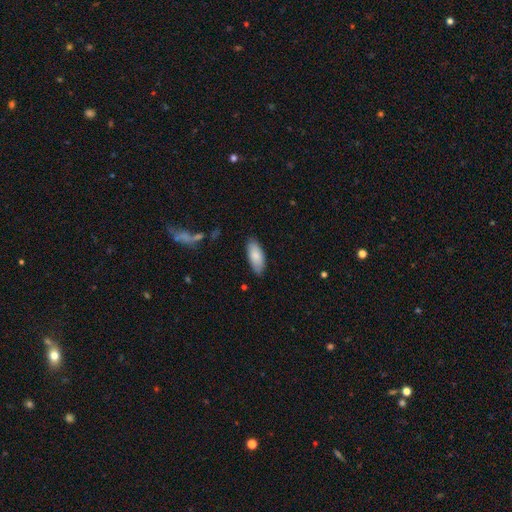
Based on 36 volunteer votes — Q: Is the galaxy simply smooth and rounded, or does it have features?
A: smooth — 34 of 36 (94%).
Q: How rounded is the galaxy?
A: in between — 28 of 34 (82%).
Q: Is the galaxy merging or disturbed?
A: none — 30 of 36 (83%).